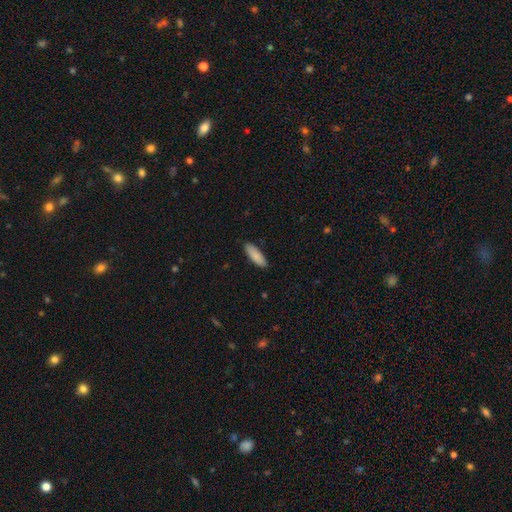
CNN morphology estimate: This is clearly a smooth galaxy (88%). How rounded: likely in between (61%). Merging: clearly none (87%).